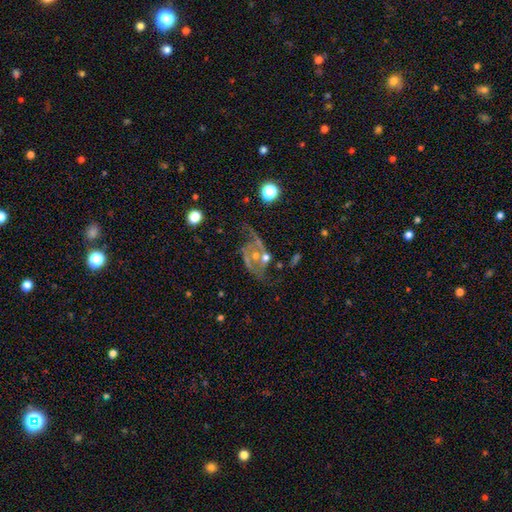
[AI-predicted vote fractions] smooth-or-featured: featured or disk: 77% | star or artifact: 12% | smooth: 11%
  disk-edge-on: no: 97% | yes: 3%
    bar: no: 64% | weak: 28% | strong: 8%
    has-spiral-arms: yes: 84% | no: 16%
      spiral-winding: loose: 43% | medium: 41% | tight: 16%
      spiral-arm-count: 2: 73% | can't tell: 11% | 1: 8% | 3: 4% | 4: 2% | more than 4: 2%
    bulge-size: small: 55% | moderate: 32% | none: 9% | large: 2% | dominant: 2%
  merging: none: 41% | major disturbance: 25% | minor disturbance: 19% | merger: 15%